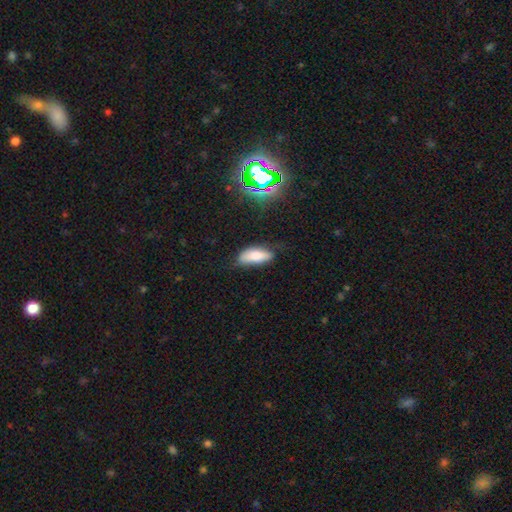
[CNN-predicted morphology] Smooth or featured: smooth — 76% (featured or disk — 14%)
How rounded: in between — 82% (cigar-shaped — 15%)
Merging: none — 56% (minor disturbance — 32%)